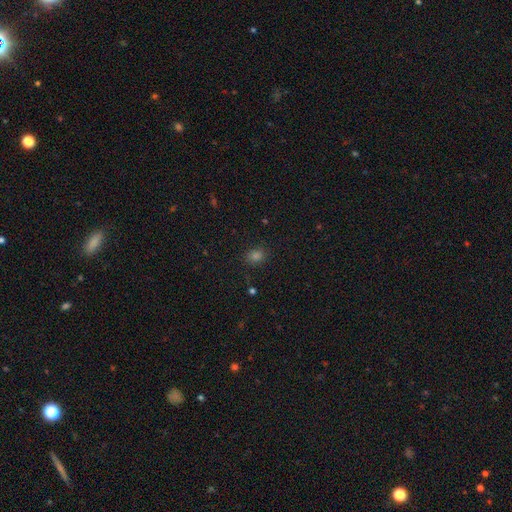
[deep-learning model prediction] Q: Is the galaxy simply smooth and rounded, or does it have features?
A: smooth — 76%.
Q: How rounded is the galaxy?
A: round — 54%.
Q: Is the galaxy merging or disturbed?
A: none — 87%.